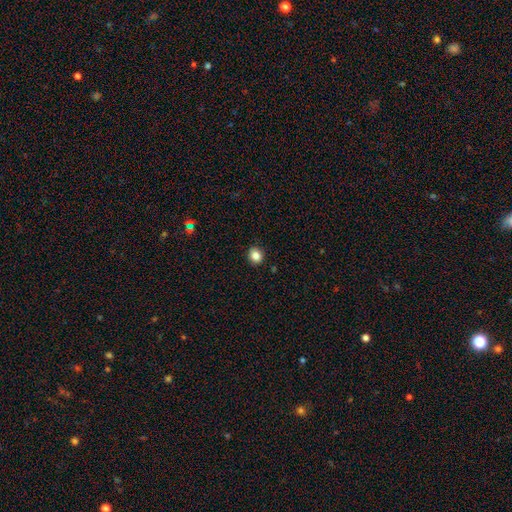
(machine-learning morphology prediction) A smooth galaxy with no disk features (84%) that is round (77%).

Vote fractions:
- Smooth or featured? smooth: 84% / star or artifact: 10% / featured or disk: 5%
- How rounded? round: 77% / in between: 22% / cigar-shaped: 1%
- Merging? none: 90% / minor disturbance: 7% / major disturbance: 2% / merger: 1%